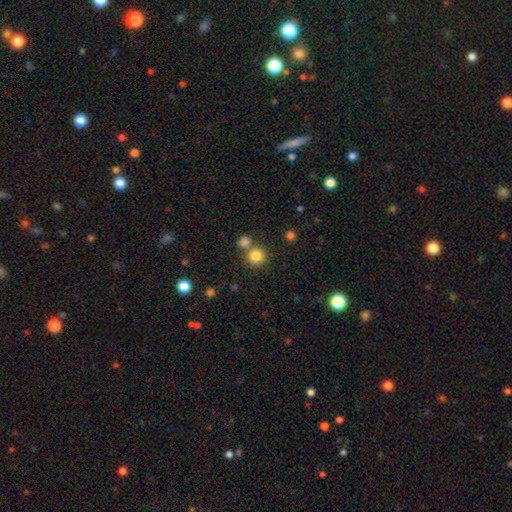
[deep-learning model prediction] A smooth galaxy with no disk features (83%) that is round (92%).

Vote fractions:
- Smooth or featured? smooth: 83% / star or artifact: 12% / featured or disk: 5%
- How rounded? round: 92% / in between: 7% / cigar-shaped: 1%
- Merging? none: 67% / merger: 23% / minor disturbance: 7% / major disturbance: 3%